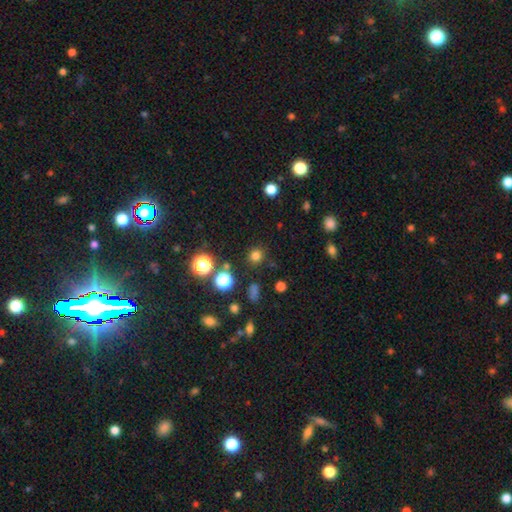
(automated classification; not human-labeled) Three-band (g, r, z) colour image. It shows a smooth galaxy with no disk features (75%) that is round (90%). Merging: none (87%).